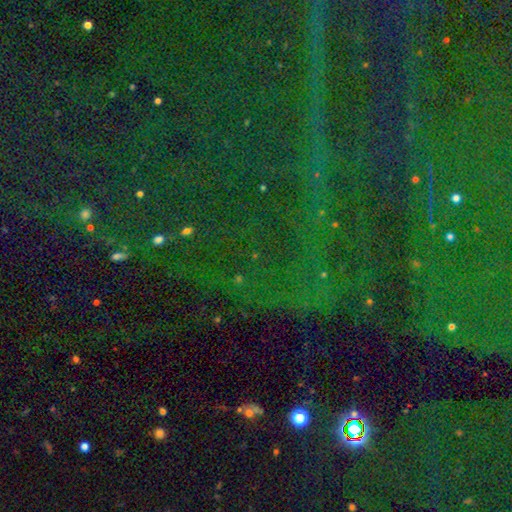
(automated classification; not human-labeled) The model was most divided on "smooth or featured": star or artifact: 87%, featured or disk: 6%, smooth: 6%.